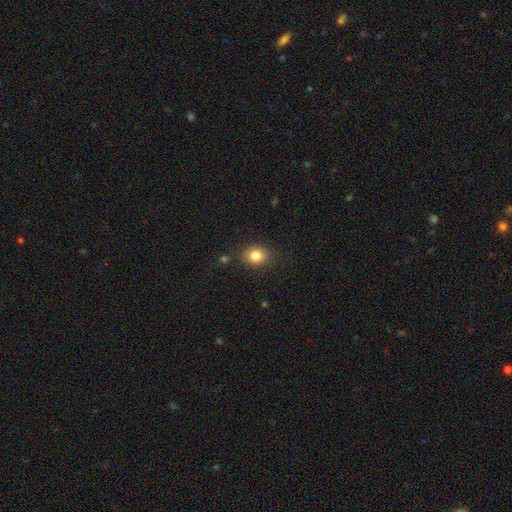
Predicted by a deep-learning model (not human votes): smooth_or_featured: smooth (p=0.82) [alt: star or artifact p=0.11]
how_rounded: round (p=0.63) [alt: in between p=0.36]
merging: none (p=0.85) [alt: minor disturbance p=0.10]